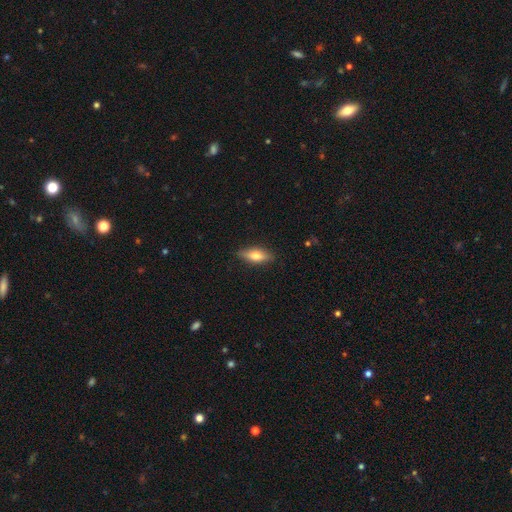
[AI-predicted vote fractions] The model was most divided on "how rounded": in between: 65%, cigar-shaped: 32%, round: 3%. More confident: merging — none (85%); smooth or featured — smooth (63%).